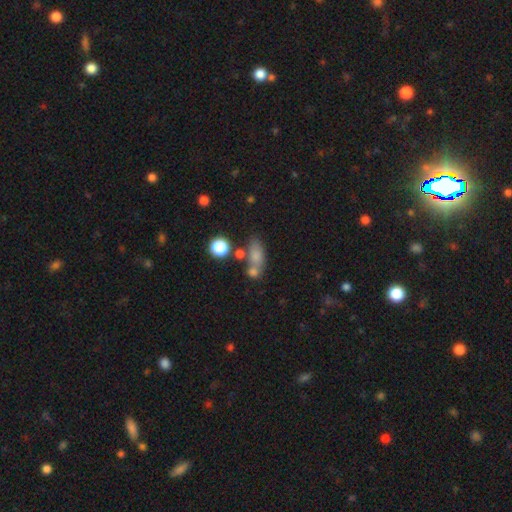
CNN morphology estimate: A smooth galaxy with no disk features (73%) that is in between round and cigar-shaped (72%).

Vote fractions:
- Smooth or featured? smooth: 73% / featured or disk: 14% / star or artifact: 13%
- How rounded? in between: 72% / round: 16% / cigar-shaped: 12%
- Merging? none: 47% / merger: 28% / minor disturbance: 16% / major disturbance: 9%